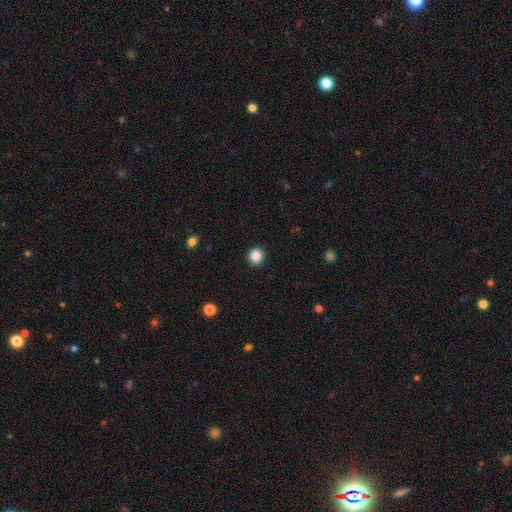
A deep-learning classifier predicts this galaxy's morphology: smooth_or_featured: smooth (p=0.87) [alt: star or artifact p=0.10]
how_rounded: round (p=0.91) [alt: in between p=0.08]
merging: none (p=0.92) [alt: minor disturbance p=0.05]